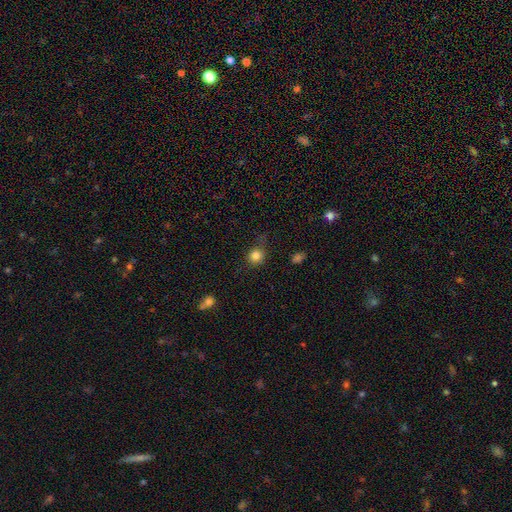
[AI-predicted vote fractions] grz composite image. It shows a smooth galaxy with no disk features (82%) that is round (84%). Merging: none (71%).